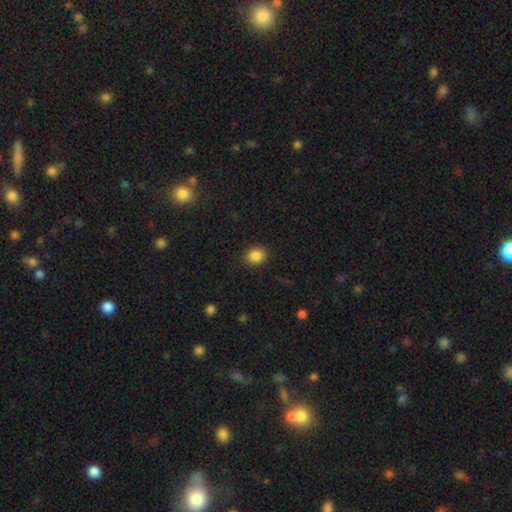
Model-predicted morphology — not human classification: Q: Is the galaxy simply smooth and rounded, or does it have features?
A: smooth — 86%.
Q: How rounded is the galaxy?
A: round — 61%.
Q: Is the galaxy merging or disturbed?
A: none — 89%.